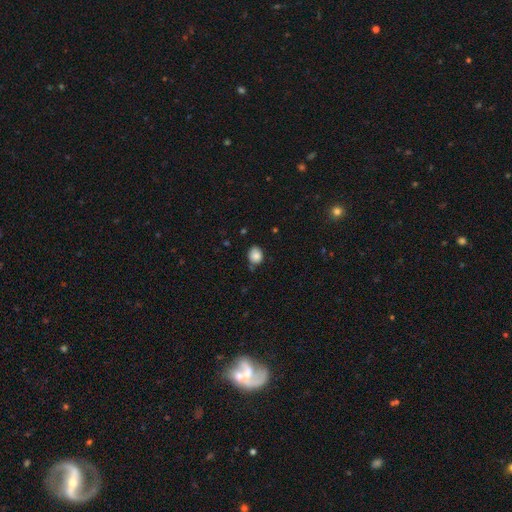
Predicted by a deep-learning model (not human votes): Smooth or featured: smooth — 85% (star or artifact — 9%)
How rounded: round — 58% (in between — 41%)
Merging: none — 69% (minor disturbance — 24%)